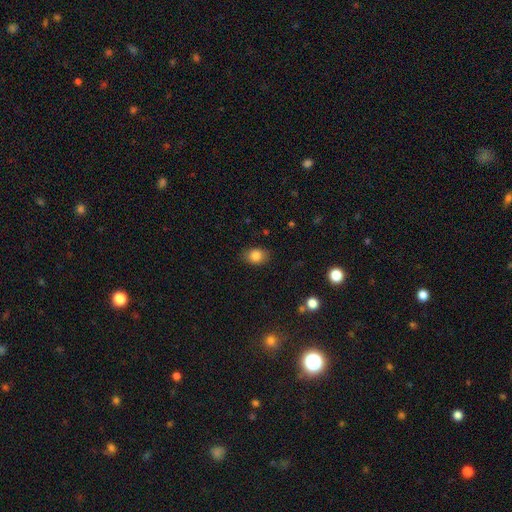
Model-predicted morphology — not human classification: This appears to be a smooth galaxy with no disk features (84%) that is in between round and cigar-shaped (71%). Merging: none (85%).